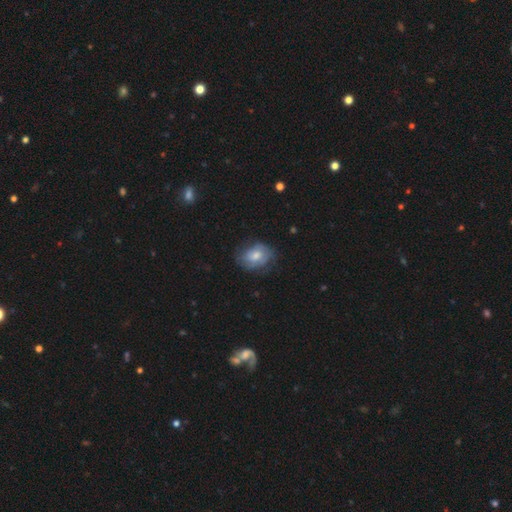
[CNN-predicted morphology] Smooth or featured: smooth — 54% (featured or disk — 39%)
How rounded: in between — 66% (round — 32%)
Merging: none — 64% (minor disturbance — 25%)